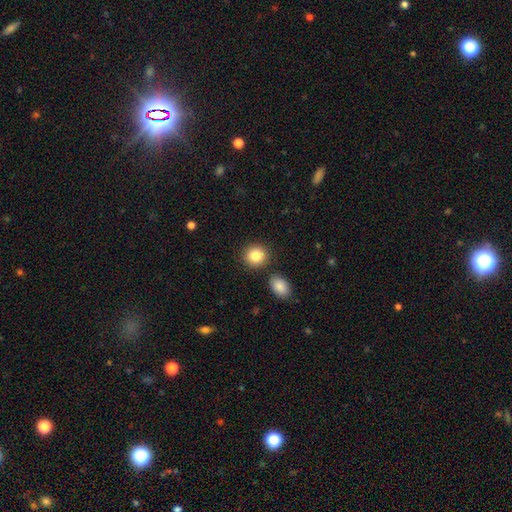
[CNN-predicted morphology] A smooth galaxy with no disk features (85%) that is round (84%). Merging: none (84%).